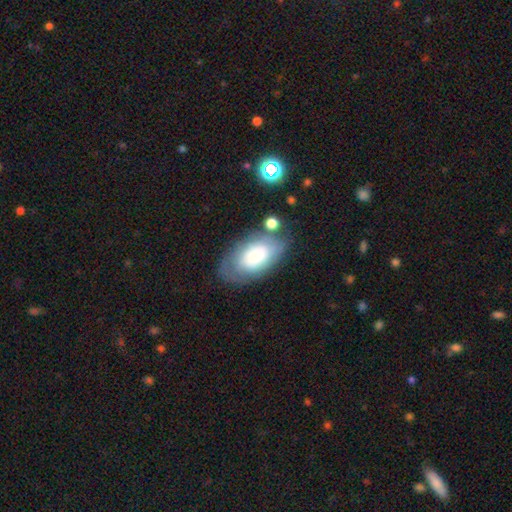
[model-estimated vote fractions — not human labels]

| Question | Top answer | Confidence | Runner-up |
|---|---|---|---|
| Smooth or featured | smooth | 63% | featured or disk (29%) |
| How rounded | in between | 93% | round (5%) |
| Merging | none | 61% | minor disturbance (22%) |